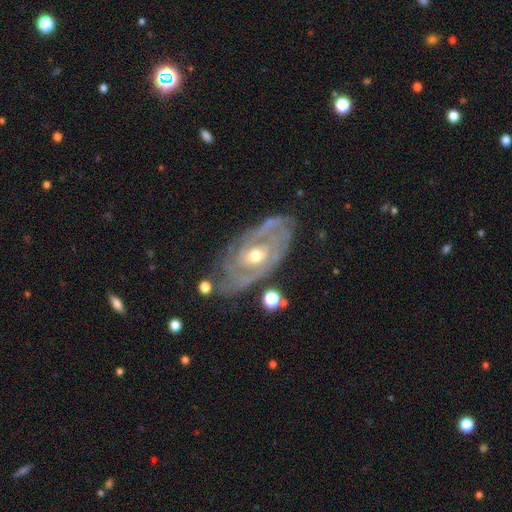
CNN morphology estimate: A featured or disk galaxy (87%) with no bar (66%), tight (68%) spiral arms (91%) and a moderate central bulge (60%). Merging: none (68%).